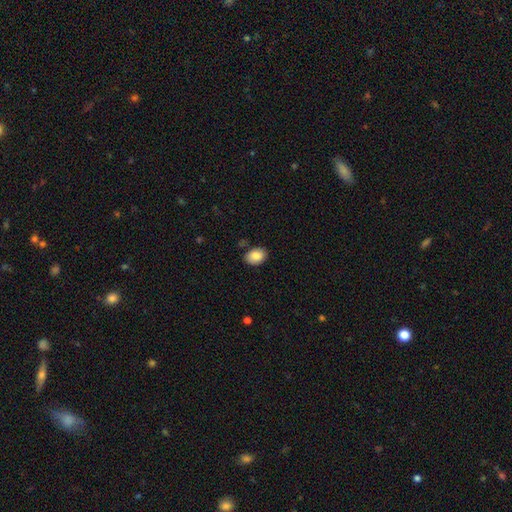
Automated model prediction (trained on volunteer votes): Overall: smooth (84%). How rounded: in between (76%). Merging: none (83%).